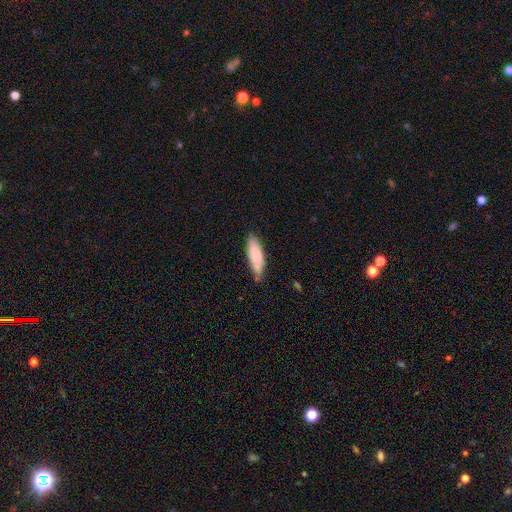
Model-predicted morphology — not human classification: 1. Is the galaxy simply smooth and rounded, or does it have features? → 83% smooth, 11% featured or disk, 6% star or artifact.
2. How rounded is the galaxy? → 53% cigar-shaped, 46% in between, 1% round.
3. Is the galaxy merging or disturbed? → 79% none, 17% minor disturbance, 2% major disturbance, 2% merger.